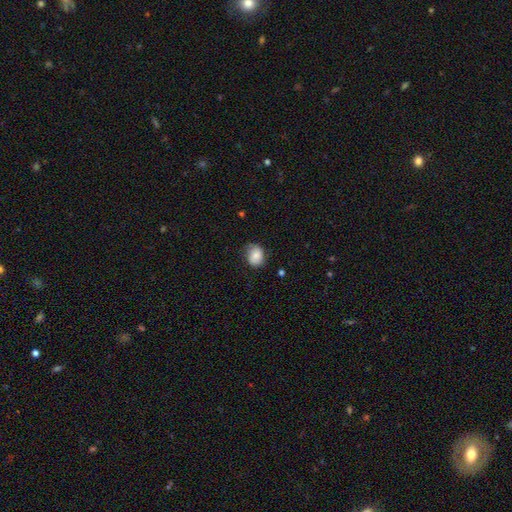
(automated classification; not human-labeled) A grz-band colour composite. It shows a smooth galaxy with no disk features (80%) that is in between round and cigar-shaped (50%). Merging: none (69%).